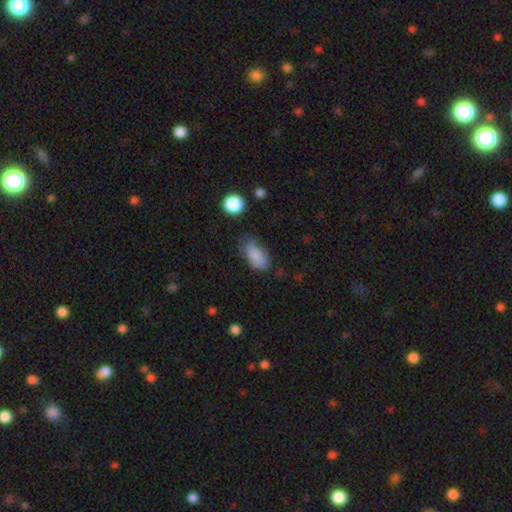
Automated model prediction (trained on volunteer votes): Q: Smooth or featured?
A: smooth (84%); runner-up: star or artifact (9%)
Q: How rounded?
A: in between (91%); runner-up: round (6%)
Q: Merging?
A: none (60%); runner-up: minor disturbance (28%)